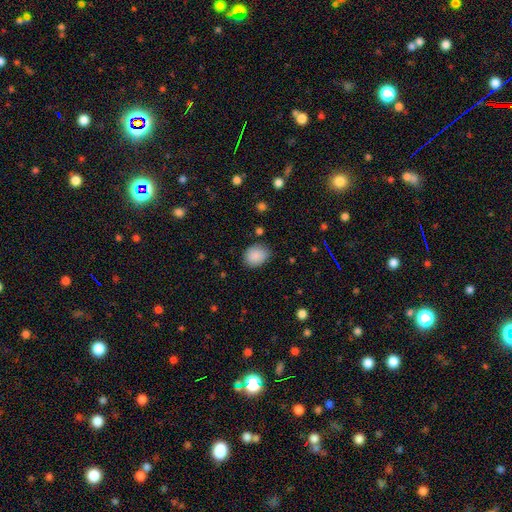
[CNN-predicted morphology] Smooth or featured: smooth — 88% (star or artifact — 8%)
How rounded: in between — 53% (round — 46%)
Merging: none — 80% (minor disturbance — 15%)